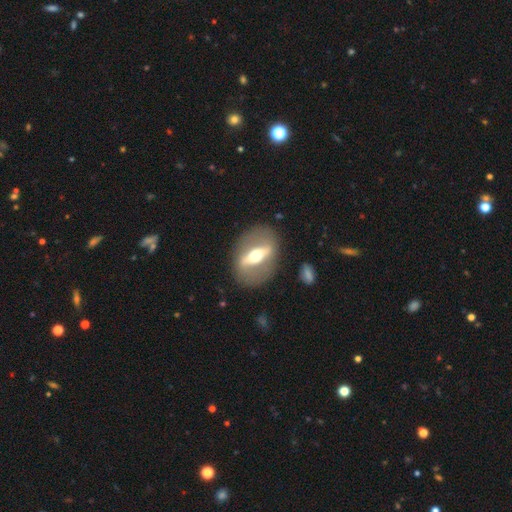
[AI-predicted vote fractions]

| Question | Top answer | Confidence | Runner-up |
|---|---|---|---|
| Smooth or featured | featured or disk | 75% | smooth (19%) |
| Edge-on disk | no | 57% | yes (43%) |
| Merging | none | 82% | minor disturbance (10%) |